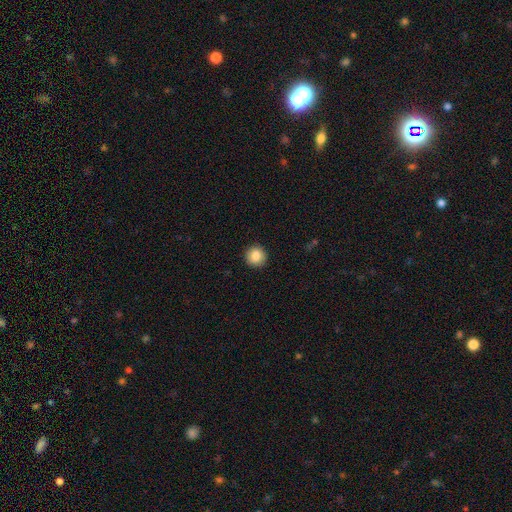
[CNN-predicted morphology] A smooth galaxy with no disk features (86%) that is round (94%). Merging: none (92%).